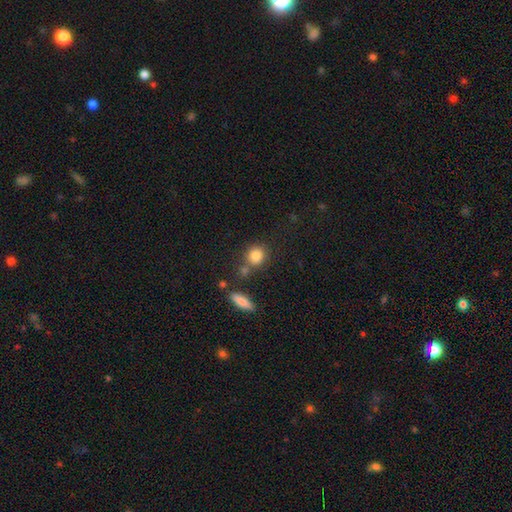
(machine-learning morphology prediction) A smooth galaxy with no disk features (84%) that is round (72%).

Vote fractions:
- Smooth or featured? smooth: 84% / star or artifact: 9% / featured or disk: 7%
- How rounded? round: 72% / in between: 25% / cigar-shaped: 2%
- Merging? none: 66% / merger: 18% / minor disturbance: 12% / major disturbance: 4%